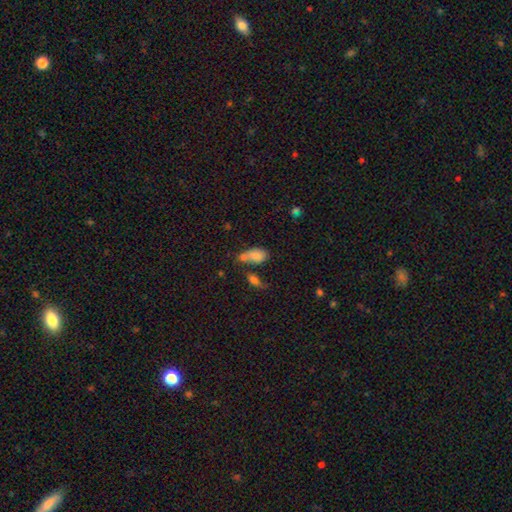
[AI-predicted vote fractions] smooth_or_featured: smooth (p=0.78) [alt: star or artifact p=0.12]
how_rounded: in between (p=0.87) [alt: round p=0.09]
merging: merger (p=0.37) [alt: none p=0.34]